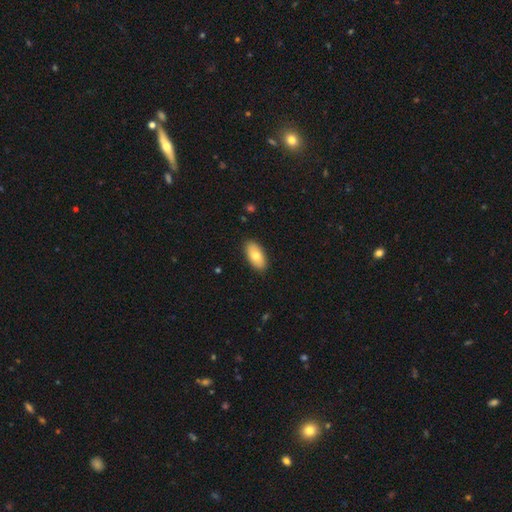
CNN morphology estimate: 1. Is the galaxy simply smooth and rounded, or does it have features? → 74% smooth, 20% featured or disk, 6% star or artifact.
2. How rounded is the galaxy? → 92% in between, 5% cigar-shaped, 3% round.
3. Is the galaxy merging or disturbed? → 88% none, 9% minor disturbance, 2% major disturbance, 1% merger.